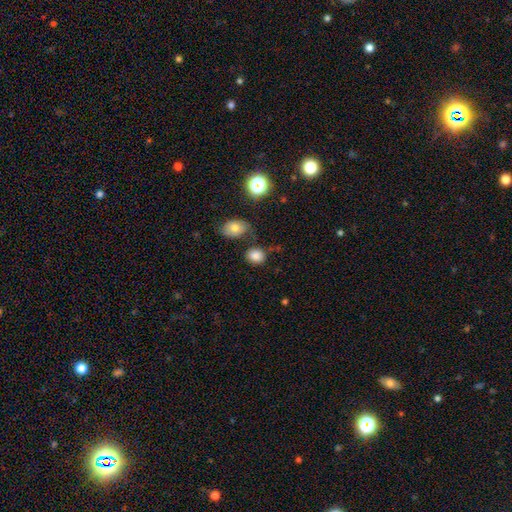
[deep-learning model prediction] A smooth galaxy with no disk features (82%) that is round (56%).

Vote fractions:
- Smooth or featured? smooth: 82% / star or artifact: 12% / featured or disk: 6%
- How rounded? round: 56% / in between: 43% / cigar-shaped: 1%
- Merging? none: 71% / minor disturbance: 16% / merger: 8% / major disturbance: 5%